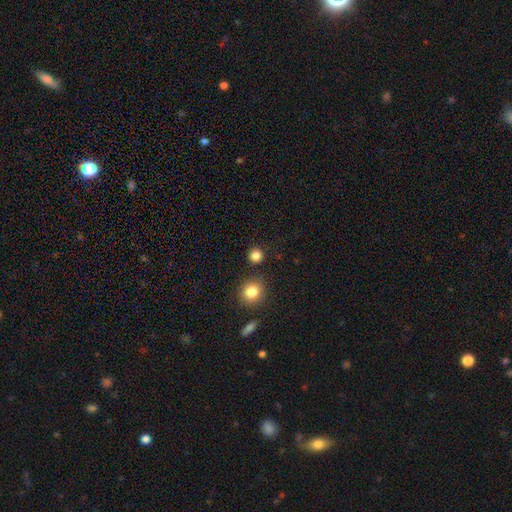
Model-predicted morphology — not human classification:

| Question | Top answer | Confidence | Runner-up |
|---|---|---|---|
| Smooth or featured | smooth | 84% | star or artifact (13%) |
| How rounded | round | 93% | in between (6%) |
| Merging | none | 87% | minor disturbance (6%) |